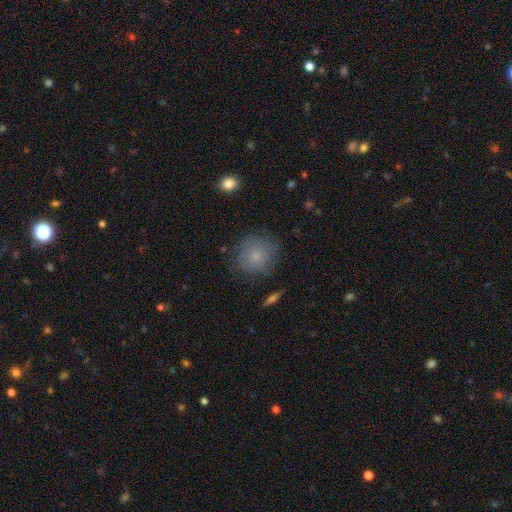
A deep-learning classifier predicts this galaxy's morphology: Smooth or featured: smooth — 77% (featured or disk — 14%)
How rounded: round — 89% (in between — 10%)
Merging: none — 77% (minor disturbance — 16%)